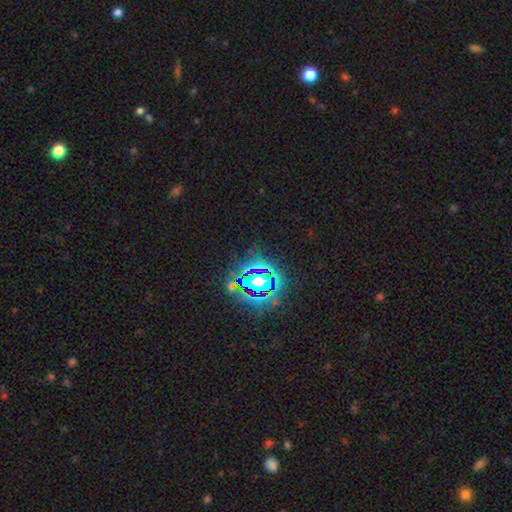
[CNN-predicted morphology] Smooth or featured: star or artifact — 77% (smooth — 13%)